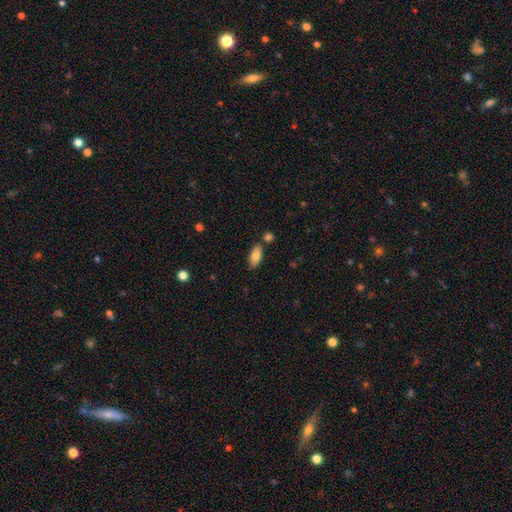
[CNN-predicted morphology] Smooth or featured? Predicted: smooth (p=0.83). How rounded? Predicted: in between (p=0.86). Merging? Predicted: none (p=0.78).